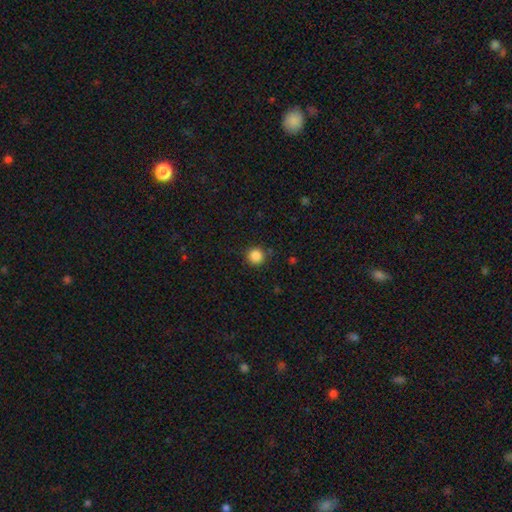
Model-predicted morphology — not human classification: type=smooth (86%); roundness=round (95%); merging=none (88%).